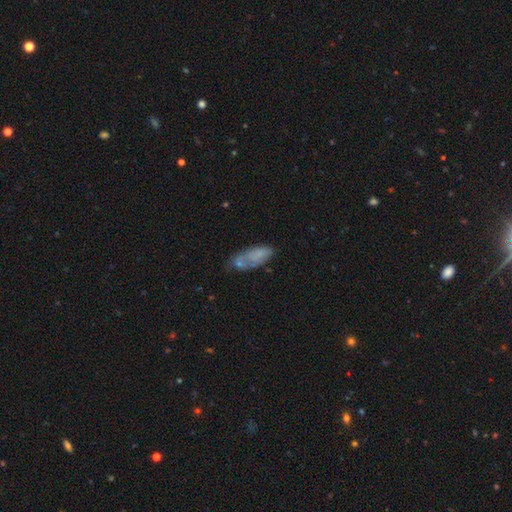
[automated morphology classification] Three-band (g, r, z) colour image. It shows a smooth galaxy with no disk features (61%) that is in between round and cigar-shaped (75%). Merging: none (46%).